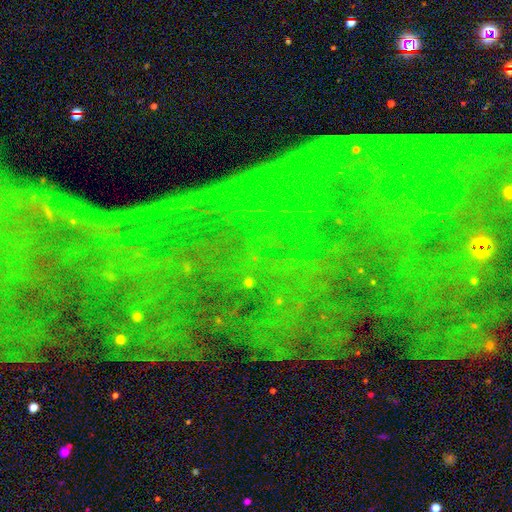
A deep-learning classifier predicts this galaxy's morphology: This is clearly a star or artifact rather than a galaxy (82%).